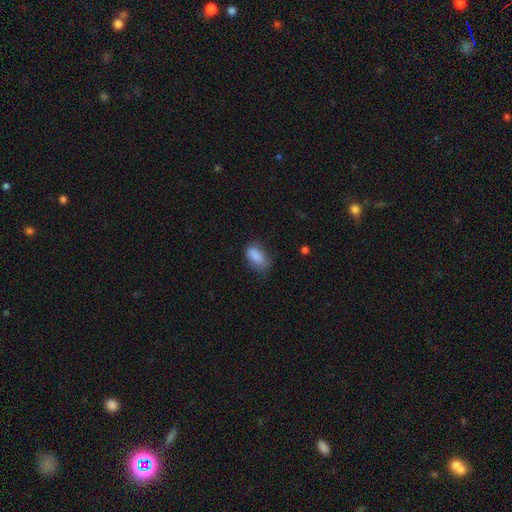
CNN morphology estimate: Smooth or featured: smooth — 87% (star or artifact — 8%)
How rounded: in between — 90% (cigar-shaped — 6%)
Merging: none — 63% (minor disturbance — 28%)